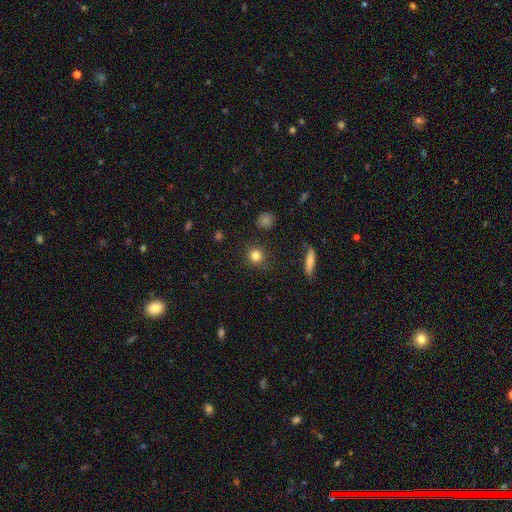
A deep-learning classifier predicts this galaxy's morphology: type=smooth (82%); roundness=round (91%); merging=none (88%).